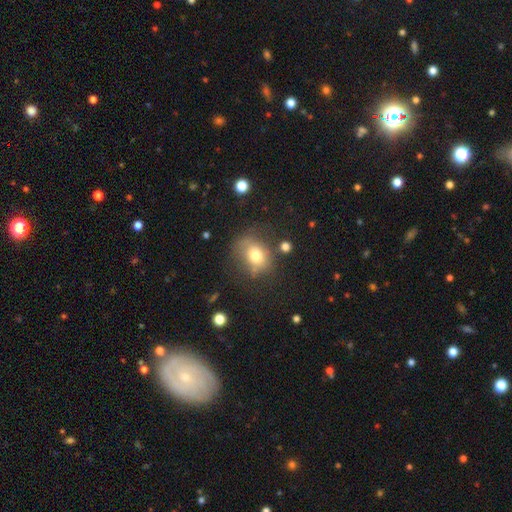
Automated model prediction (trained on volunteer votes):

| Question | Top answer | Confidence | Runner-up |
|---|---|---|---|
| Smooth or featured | smooth | 71% | featured or disk (17%) |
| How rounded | round | 55% | in between (44%) |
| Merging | none | 57% | minor disturbance (24%) |